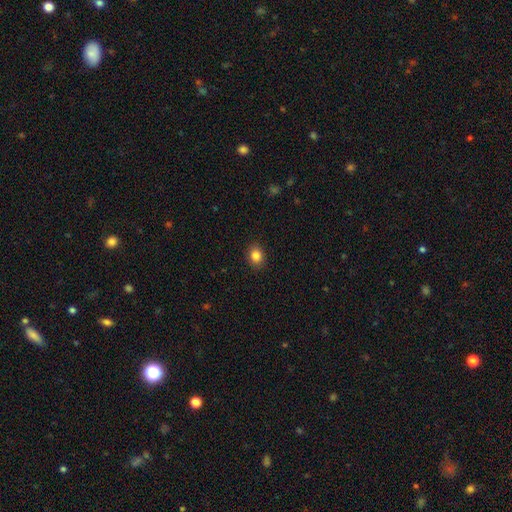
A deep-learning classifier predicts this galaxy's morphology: The model was most divided on "how rounded": round: 50%, in between: 49%, cigar-shaped: 1%. More confident: merging — none (89%); smooth or featured — smooth (84%).